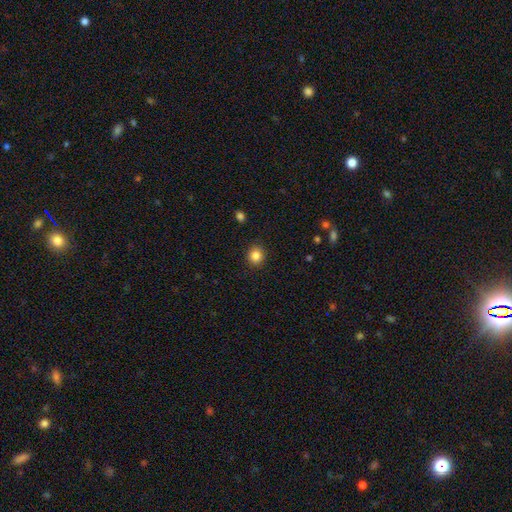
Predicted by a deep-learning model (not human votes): This appears to be a smooth galaxy with no disk features (84%) that is round (85%). Merging: none (90%).